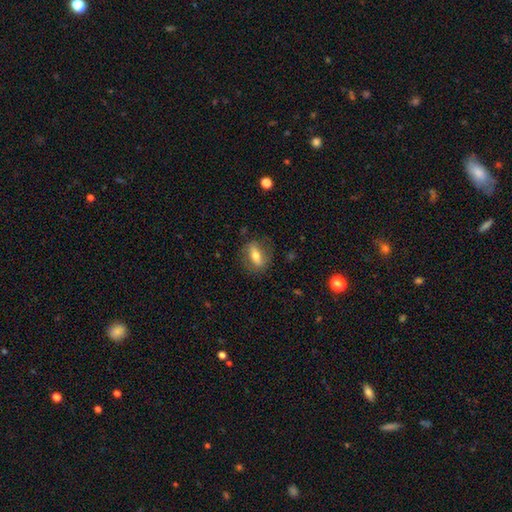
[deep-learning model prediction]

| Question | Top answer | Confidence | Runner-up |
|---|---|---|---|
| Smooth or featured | smooth | 56% | featured or disk (37%) |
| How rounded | in between | 71% | cigar-shaped (16%) |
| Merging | none | 77% | minor disturbance (15%) |